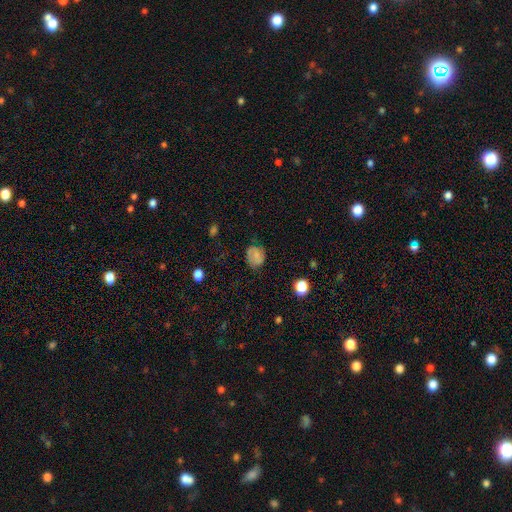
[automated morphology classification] type=smooth (67%); roundness=round (58%); merging=none (72%).